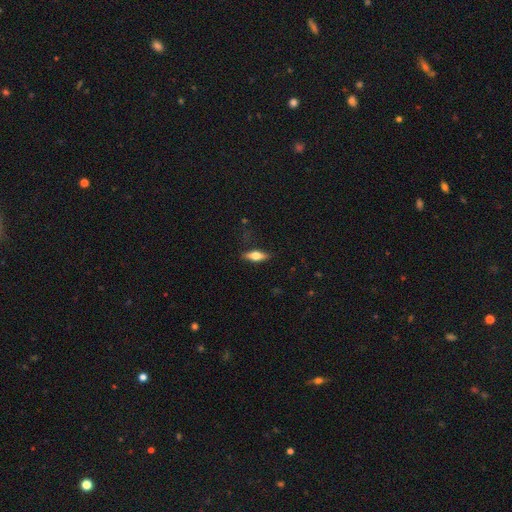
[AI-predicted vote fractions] Q: Smooth or featured?
A: featured or disk (48%); runner-up: smooth (45%)
Q: Merging?
A: none (82%); runner-up: minor disturbance (13%)